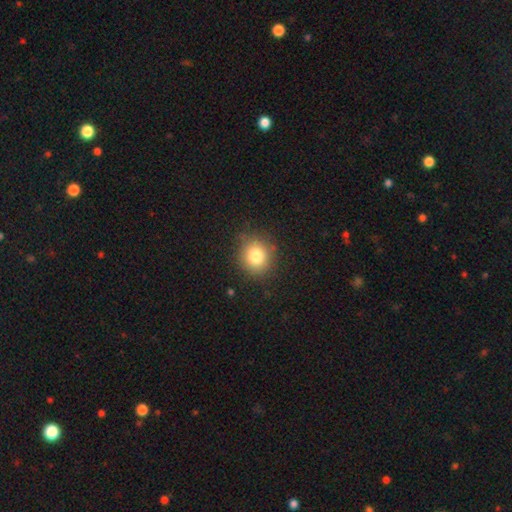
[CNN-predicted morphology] type=smooth (80%); roundness=round (81%); merging=none (84%).